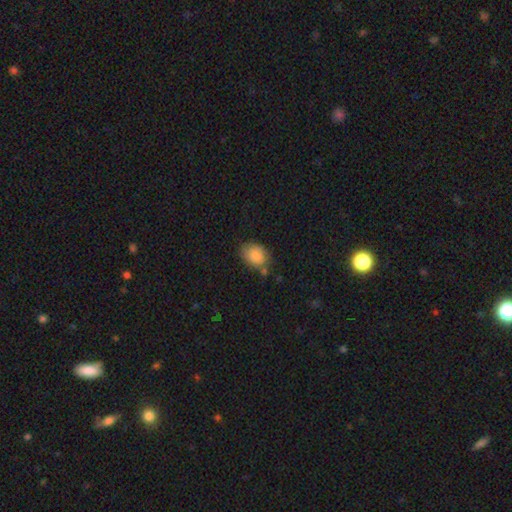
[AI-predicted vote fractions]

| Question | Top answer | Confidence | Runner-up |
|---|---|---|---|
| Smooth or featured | smooth | 86% | star or artifact (7%) |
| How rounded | in between | 71% | round (28%) |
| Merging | none | 65% | minor disturbance (23%) |